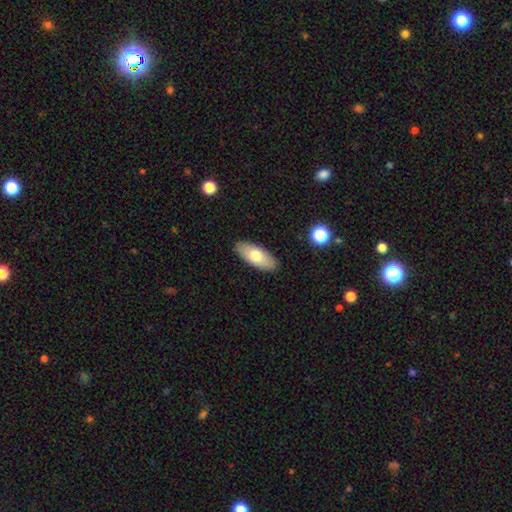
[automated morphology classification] Smooth or featured?
  - smooth: 70% *
  - featured or disk: 24%
  - star or artifact: 6%
How rounded?
  - in between: 82% *
  - cigar-shaped: 15%
  - round: 3%
Merging?
  - none: 88% *
  - minor disturbance: 9%
  - major disturbance: 2%
  - merger: 1%